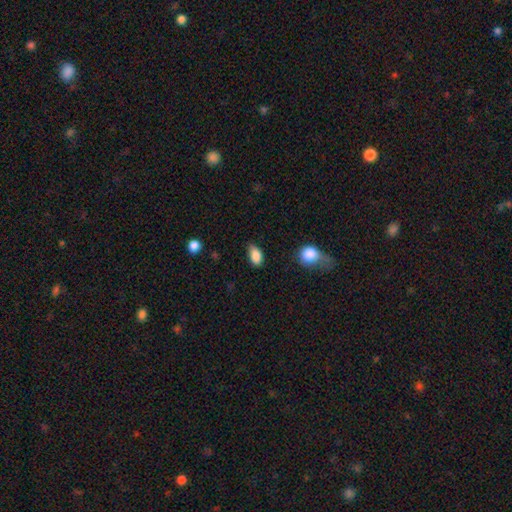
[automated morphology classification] Smooth or featured? Predicted: smooth (p=0.87). How rounded? Predicted: in between (p=0.89). Merging? Predicted: none (p=0.65).